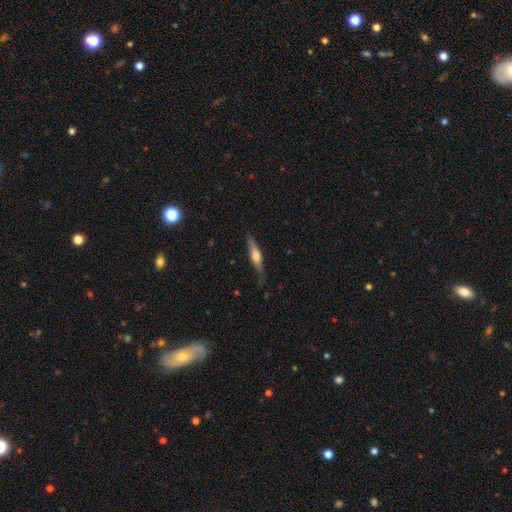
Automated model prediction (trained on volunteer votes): Overall: featured or disk (54%; smooth 40%). Edge-on disk: yes (93%). Merging: none (70%).